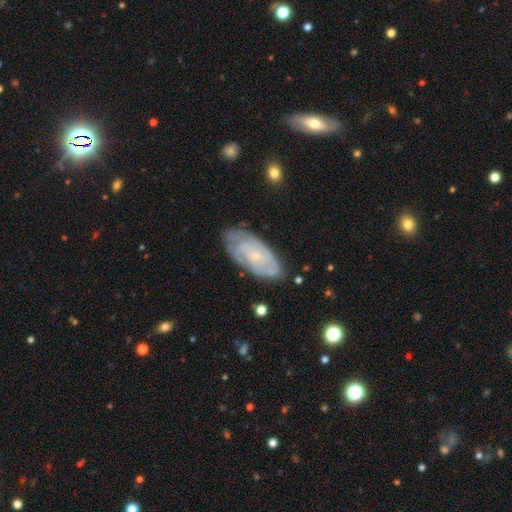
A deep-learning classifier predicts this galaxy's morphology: Smooth or featured? featured or disk (66%)
Edge-on disk? no (92%)
Bar? no (67%)
Spiral arms? yes (80%)
Bulge size? small (64%)
Merging? none (72%)